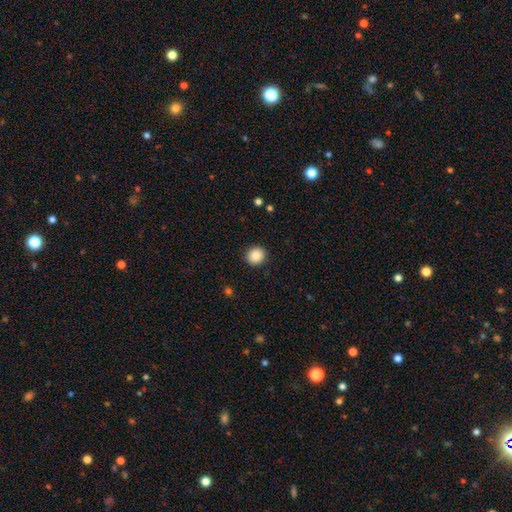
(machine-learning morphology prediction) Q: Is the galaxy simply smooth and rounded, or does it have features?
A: smooth — 88%.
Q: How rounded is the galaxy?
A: round — 89%.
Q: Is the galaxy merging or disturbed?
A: none — 91%.